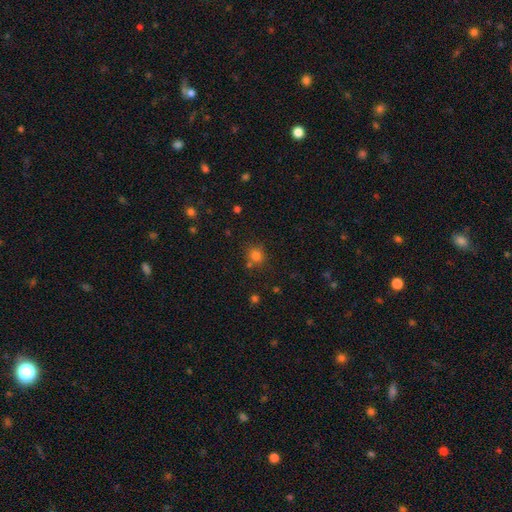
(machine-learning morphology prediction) Smooth or featured?
  - smooth: 79% *
  - star or artifact: 15%
  - featured or disk: 6%
How rounded?
  - round: 83% *
  - in between: 16%
  - cigar-shaped: 1%
Merging?
  - none: 73% *
  - merger: 12%
  - minor disturbance: 11%
  - major disturbance: 4%